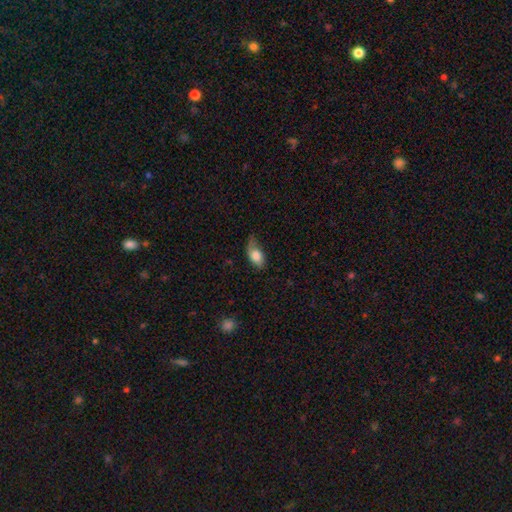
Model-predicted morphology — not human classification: This appears to be a smooth galaxy with no disk features (77%) that is in between round and cigar-shaped (88%). Merging: none (44%).